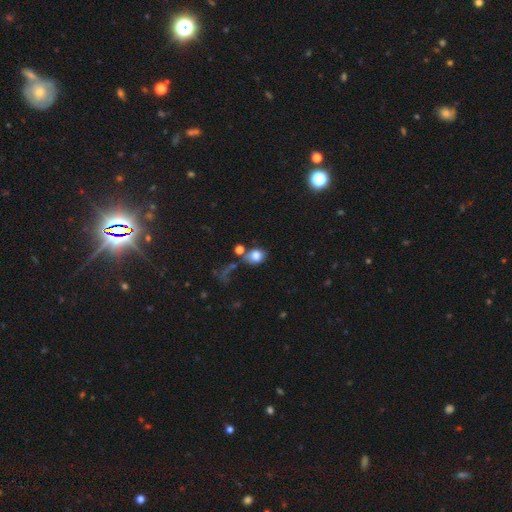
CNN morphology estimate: Q: Smooth or featured?
A: smooth (79%); runner-up: star or artifact (11%)
Q: How rounded?
A: round (53%); runner-up: in between (46%)
Q: Merging?
A: none (47%); runner-up: merger (21%)